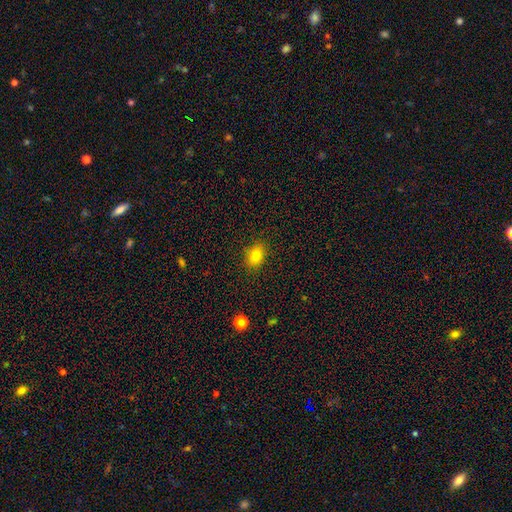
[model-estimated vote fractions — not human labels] A smooth galaxy with no disk features (81%) that is in between round and cigar-shaped (72%).

Vote fractions:
- Smooth or featured? smooth: 81% / star or artifact: 11% / featured or disk: 8%
- How rounded? in between: 72% / round: 26% / cigar-shaped: 1%
- Merging? none: 87% / minor disturbance: 9% / major disturbance: 2% / merger: 1%